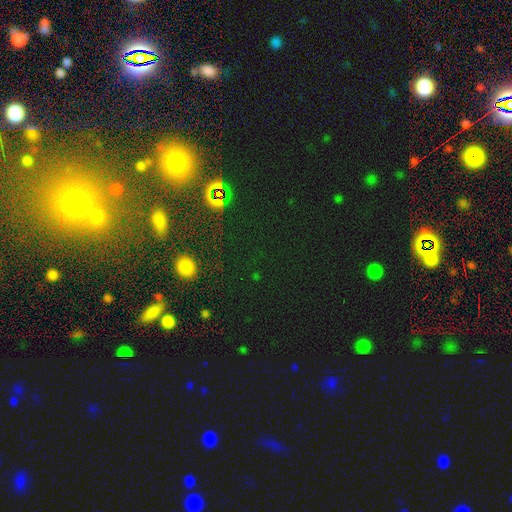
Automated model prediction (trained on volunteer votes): Overall: star or artifact (60%; smooth 31%).